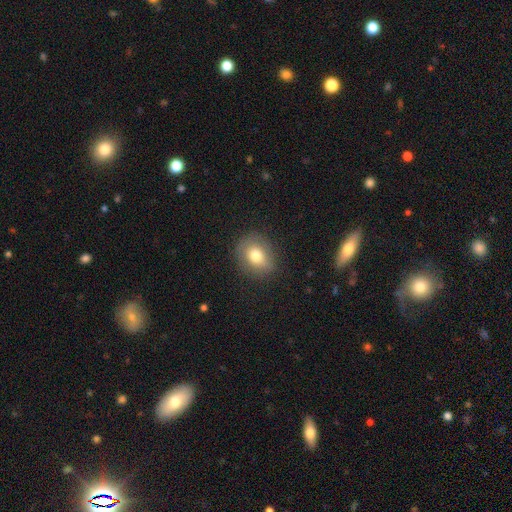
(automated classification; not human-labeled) smooth 75%, featured or disk 15%, star or artifact 10%. Down the decision tree: how rounded — round (60%); merging — none (82%).